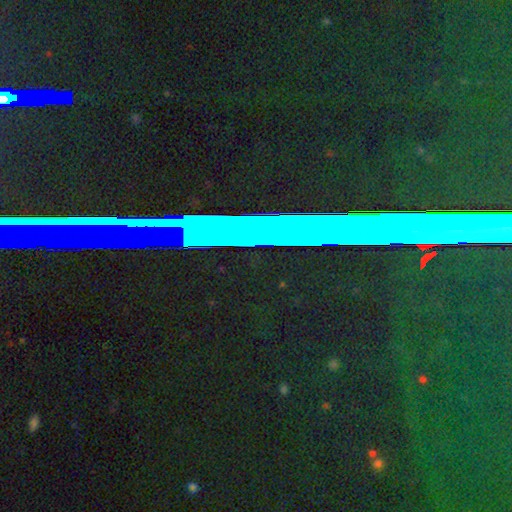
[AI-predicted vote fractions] smooth-or-featured: star or artifact: 74% | featured or disk: 15% | smooth: 11%